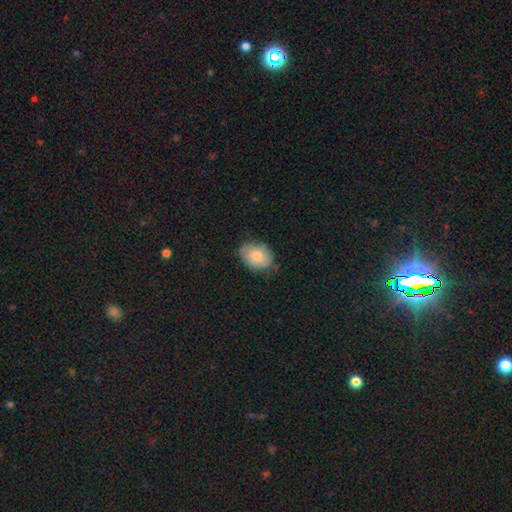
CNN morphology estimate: The model was most divided on "merging": none: 71%, minor disturbance: 24%, major disturbance: 4%, merger: 1%. More confident: how rounded — in between (81%); smooth or featured — smooth (79%).